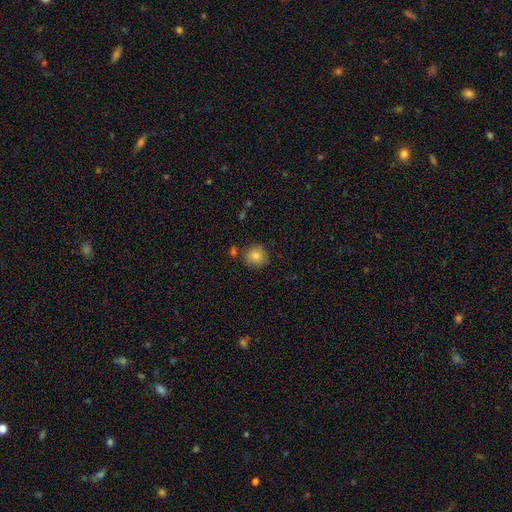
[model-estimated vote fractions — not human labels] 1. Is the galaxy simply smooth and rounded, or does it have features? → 81% smooth, 10% star or artifact, 9% featured or disk.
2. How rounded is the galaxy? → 88% round, 11% in between, 1% cigar-shaped.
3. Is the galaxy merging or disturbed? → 79% none, 12% minor disturbance, 6% merger, 3% major disturbance.